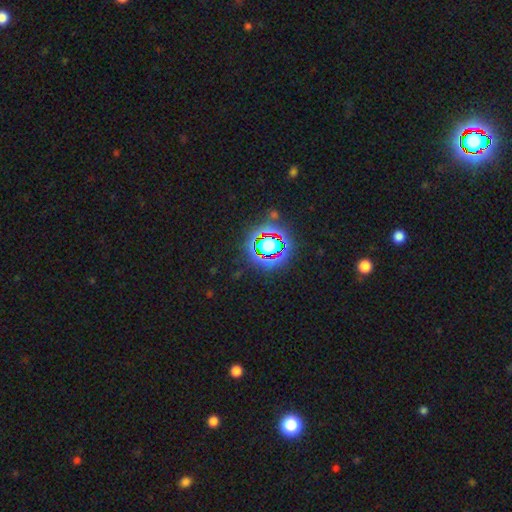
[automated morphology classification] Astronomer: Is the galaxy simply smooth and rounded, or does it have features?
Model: star or artifact — 79%.